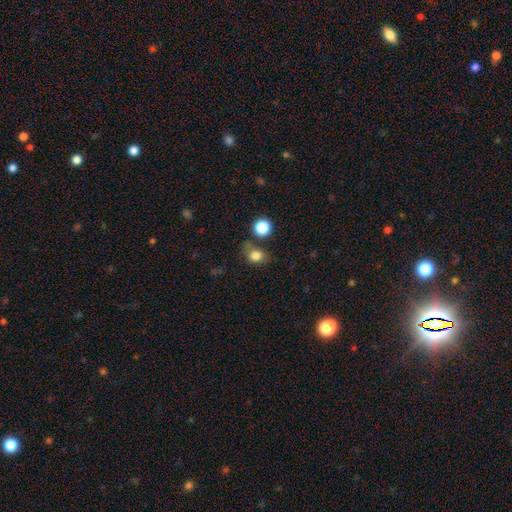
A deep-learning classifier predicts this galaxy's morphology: A smooth galaxy with no disk features (80%) that is round (65%).

Vote fractions:
- Smooth or featured? smooth: 80% / star or artifact: 12% / featured or disk: 7%
- How rounded? round: 65% / in between: 34% / cigar-shaped: 1%
- Merging? none: 59% / minor disturbance: 19% / merger: 14% / major disturbance: 8%